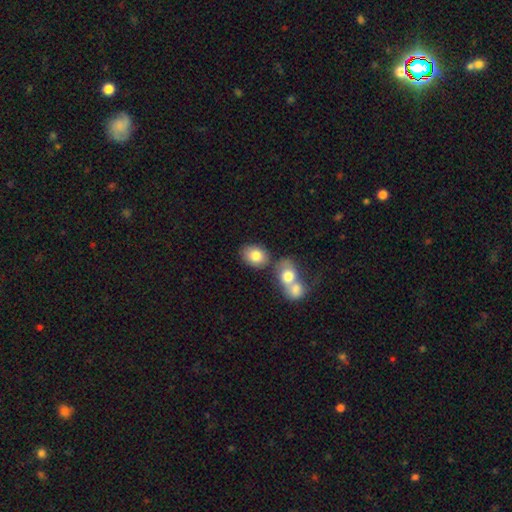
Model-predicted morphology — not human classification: smooth-or-featured: smooth: 80% | featured or disk: 11% | star or artifact: 9%
  how-rounded: in between: 55% | round: 44% | cigar-shaped: 1%
  merging: none: 59% | merger: 25% | minor disturbance: 11% | major disturbance: 4%